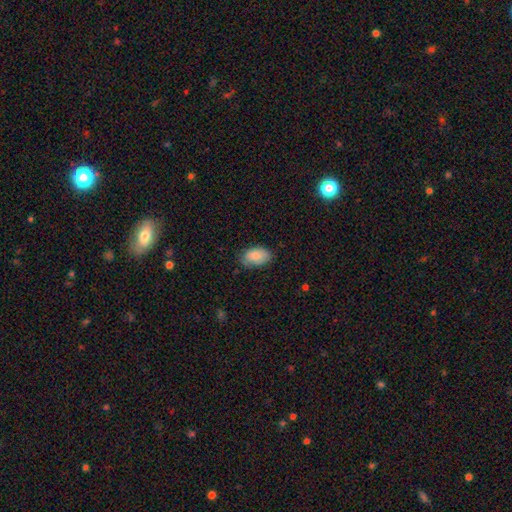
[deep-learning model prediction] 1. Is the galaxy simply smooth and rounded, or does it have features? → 84% smooth, 9% featured or disk, 7% star or artifact.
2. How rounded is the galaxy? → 93% in between, 5% round, 1% cigar-shaped.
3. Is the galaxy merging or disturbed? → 75% none, 20% minor disturbance, 4% major disturbance, 1% merger.